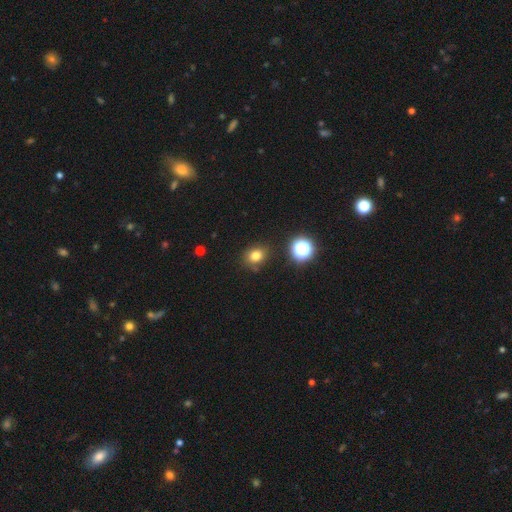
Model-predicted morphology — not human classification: This appears to be a smooth galaxy with no disk features (77%) that is round (57%). Merging: none (81%).